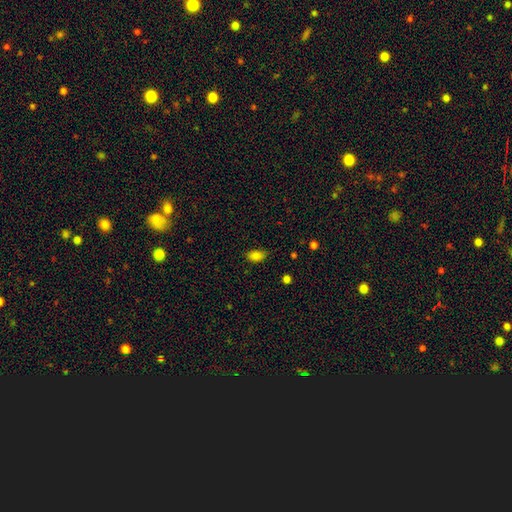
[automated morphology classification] Overall: smooth (83%). How rounded: in between (87%). Merging: none (78%).